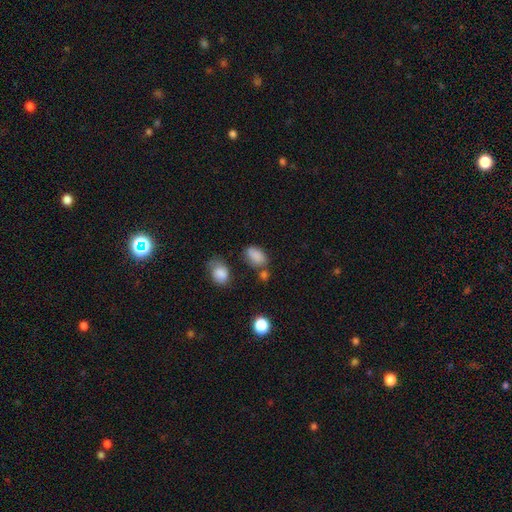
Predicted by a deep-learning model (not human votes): smooth 84%, star or artifact 10%, featured or disk 6%. Down the decision tree: how rounded — in between (89%); merging — none (61%).